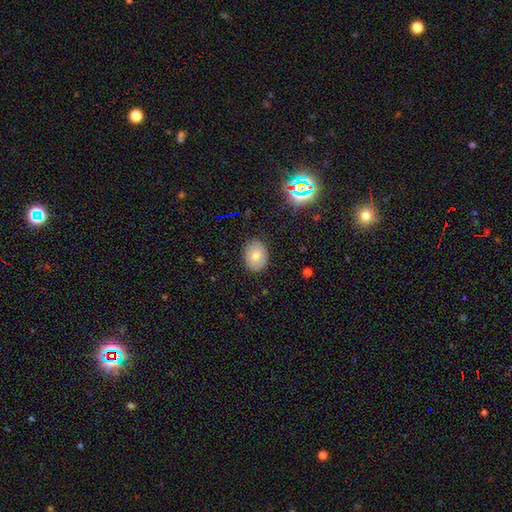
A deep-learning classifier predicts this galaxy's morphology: Smooth or featured? Predicted: smooth (p=0.68). How rounded? Predicted: in between (p=0.62). Merging? Predicted: none (p=0.86).